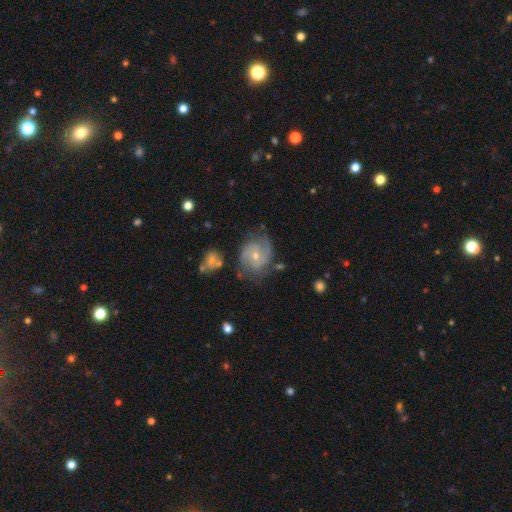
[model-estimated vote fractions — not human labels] A featured or disk galaxy (76%) with no bar (70%), 2 (59%) tight (44%) spiral arms (91%) and a small central bulge (49%).

Vote fractions:
- Smooth or featured? featured or disk: 76% / smooth: 18% / star or artifact: 6%
- Edge-on disk? no: 97% / yes: 3%
- Bar? no: 70% / weak: 26% / strong: 4%
- Spiral arms? yes: 91% / no: 9%
- Spiral winding? tight: 44% / medium: 42% / loose: 15%
- Spiral arm count? 2: 59% / can't tell: 18% / 3: 12% / 1: 5% / 4: 3% / more than 4: 2%
- Bulge size? small: 49% / moderate: 48% / large: 1% / none: 1% / dominant: 1%
- Merging? none: 62% / minor disturbance: 23% / major disturbance: 10% / merger: 4%